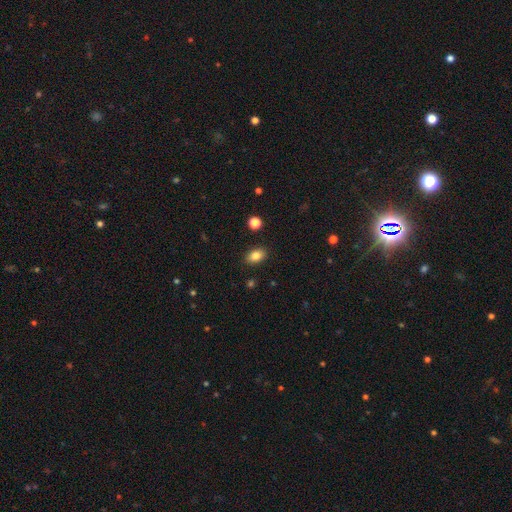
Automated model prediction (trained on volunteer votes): This appears to be a smooth galaxy with no disk features (84%) that is in between round and cigar-shaped (85%). Merging: none (88%).